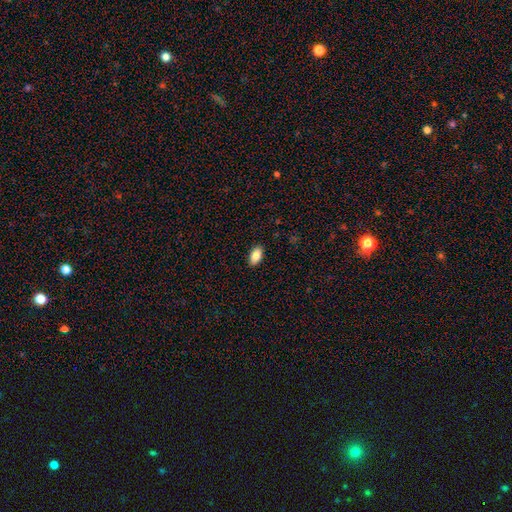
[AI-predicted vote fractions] Smooth or featured? smooth (85%)
How rounded? in between (93%)
Merging? none (89%)